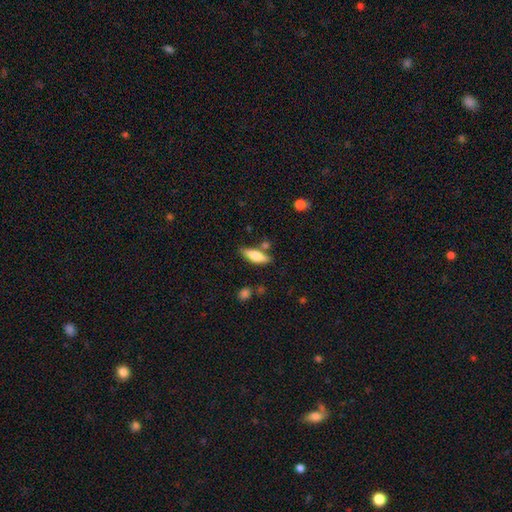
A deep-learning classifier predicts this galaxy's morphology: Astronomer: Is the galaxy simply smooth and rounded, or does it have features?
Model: smooth — 66%.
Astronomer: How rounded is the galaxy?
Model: in between — 52% (runner-up: cigar-shaped, 45%).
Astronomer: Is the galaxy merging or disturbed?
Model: none — 73%.